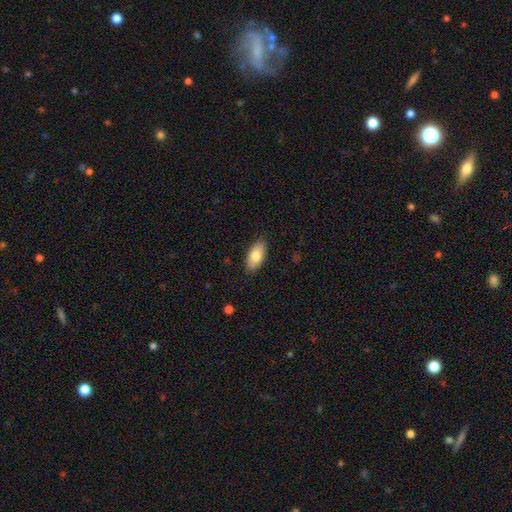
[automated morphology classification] Q: Smooth or featured?
A: smooth (79%); runner-up: featured or disk (15%)
Q: How rounded?
A: in between (91%); runner-up: cigar-shaped (6%)
Q: Merging?
A: none (87%); runner-up: minor disturbance (10%)